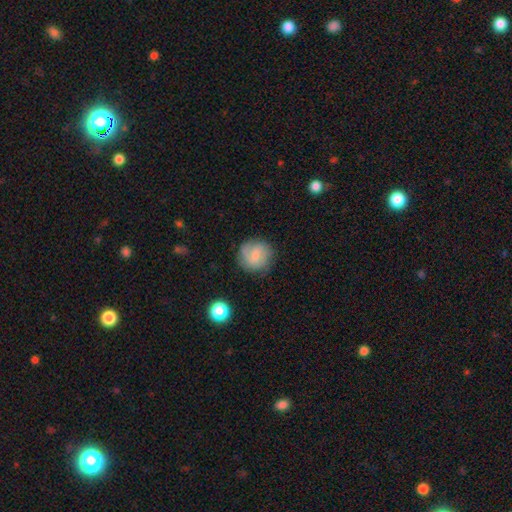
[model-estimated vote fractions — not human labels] Morphology: type=smooth (59%); roundness=round (89%); merging=none (79%).